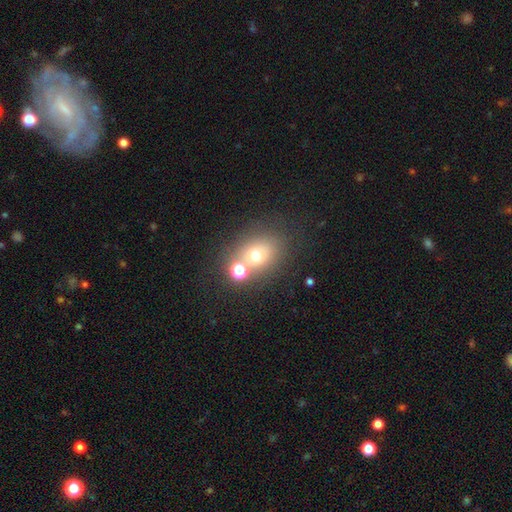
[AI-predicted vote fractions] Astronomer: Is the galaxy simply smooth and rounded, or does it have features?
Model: smooth — 65%.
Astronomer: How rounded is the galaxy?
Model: round — 60% (runner-up: in between, 39%).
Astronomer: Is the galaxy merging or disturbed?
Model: none — 59%.